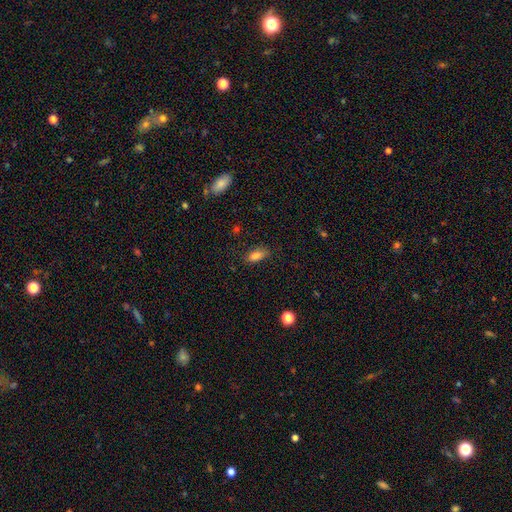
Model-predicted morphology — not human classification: type=smooth (82%); roundness=in between (84%); merging=none (78%).